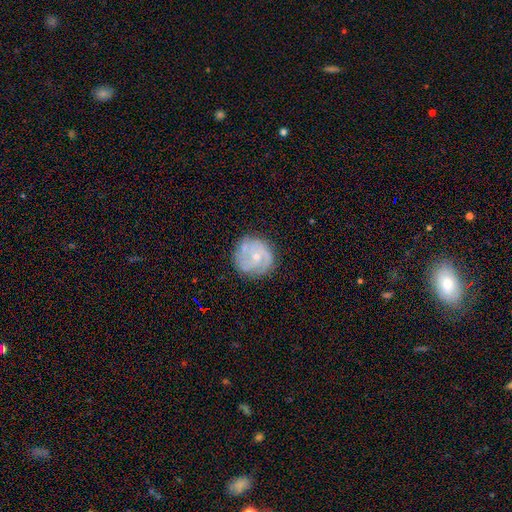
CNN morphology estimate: Q: Smooth or featured?
A: featured or disk (69%); runner-up: smooth (24%)
Q: Edge-on disk?
A: no (98%); runner-up: yes (2%)
Q: Bar?
A: no (74%); runner-up: weak (22%)
Q: Spiral arms?
A: yes (83%); runner-up: no (17%)
Q: Spiral winding?
A: tight (49%); runner-up: medium (37%)
Q: Spiral arm count?
A: 2 (32%); runner-up: can't tell (29%)
Q: Bulge size?
A: small (61%); runner-up: moderate (34%)
Q: Merging?
A: none (72%); runner-up: minor disturbance (18%)